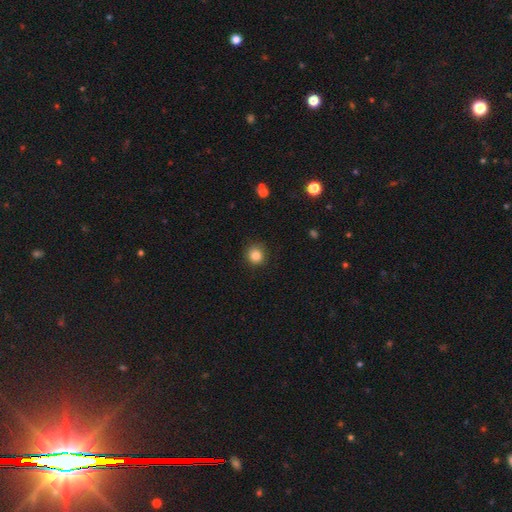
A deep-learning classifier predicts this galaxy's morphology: smooth_or_featured: smooth (p=0.84) [alt: star or artifact p=0.11]
how_rounded: round (p=0.91) [alt: in between p=0.08]
merging: none (p=0.89) [alt: minor disturbance p=0.07]